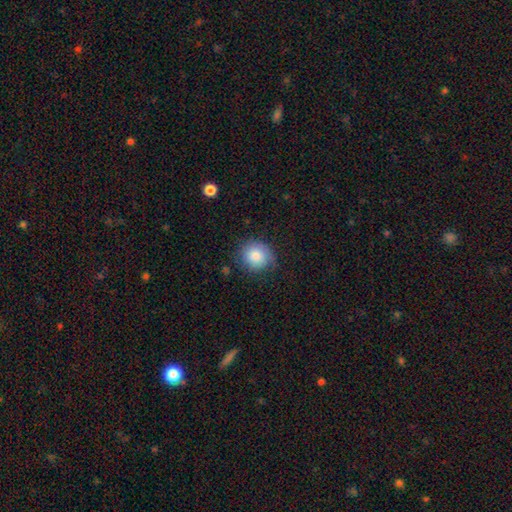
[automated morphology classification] Smooth or featured?
  - smooth: 82% *
  - featured or disk: 10%
  - star or artifact: 9%
How rounded?
  - round: 87% *
  - in between: 12%
  - cigar-shaped: 1%
Merging?
  - none: 76% *
  - minor disturbance: 18%
  - major disturbance: 4%
  - merger: 1%